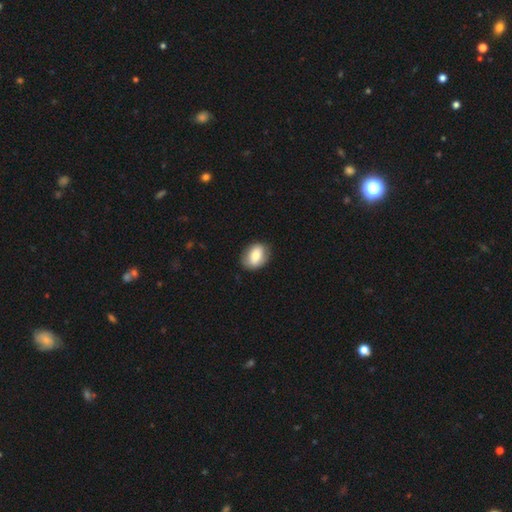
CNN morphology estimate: A smooth galaxy with no disk features (74%) that is in between round and cigar-shaped (72%). Merging: none (82%).